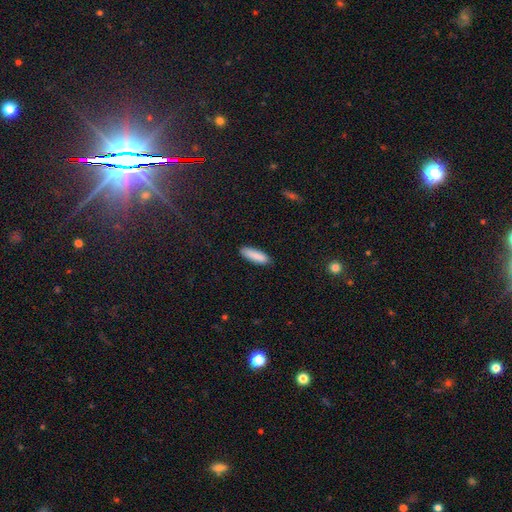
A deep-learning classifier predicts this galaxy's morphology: smooth-or-featured: smooth: 89% | star or artifact: 6% | featured or disk: 5%
  how-rounded: cigar-shaped: 59% | in between: 40% | round: 1%
  merging: none: 89% | minor disturbance: 8% | major disturbance: 2% | merger: 1%